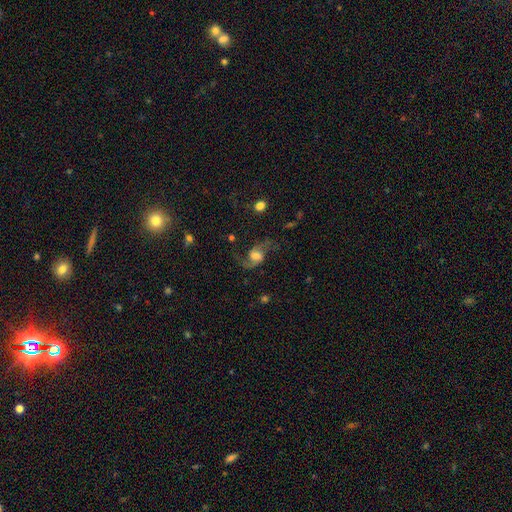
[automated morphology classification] Smooth or featured? featured or disk (79%)
Edge-on disk? no (97%)
Bar? weak (44%)
Spiral arms? yes (95%)
Spiral winding? loose (73%)
Spiral arm count? 2 (90%)
Bulge size? moderate (34%, tied with large)
Merging? none (65%)